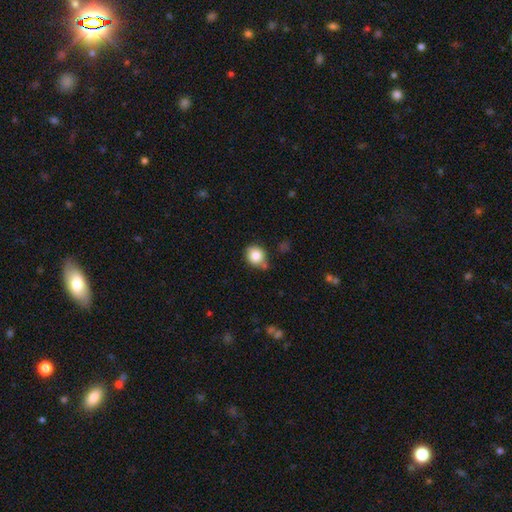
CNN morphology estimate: A smooth galaxy with no disk features (83%) that is round (76%). Merging: none (67%).